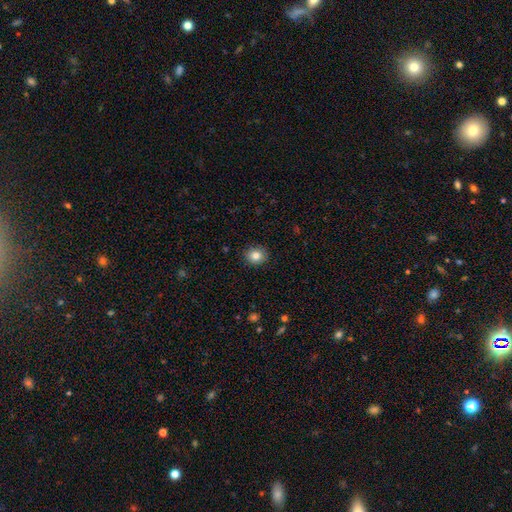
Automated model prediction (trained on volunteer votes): The model was most divided on "how rounded": round: 76%, in between: 23%, cigar-shaped: 1%. More confident: merging — none (90%); smooth or featured — smooth (83%).